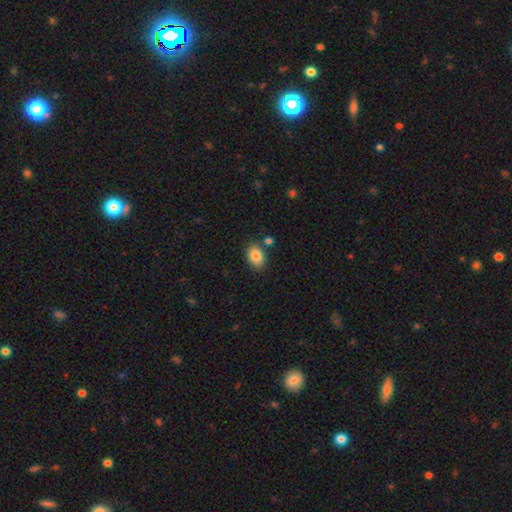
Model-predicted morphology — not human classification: Smooth or featured? smooth (86%)
How rounded? in between (74%)
Merging? none (78%)